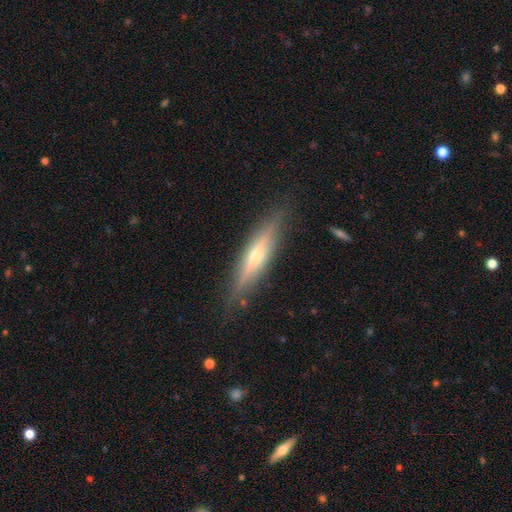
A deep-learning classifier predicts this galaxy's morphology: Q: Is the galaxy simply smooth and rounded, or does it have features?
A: featured or disk — 61%.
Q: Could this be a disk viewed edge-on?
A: yes — 91%.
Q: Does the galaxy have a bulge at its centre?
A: rounded — 80%.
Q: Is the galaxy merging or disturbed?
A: none — 83%.